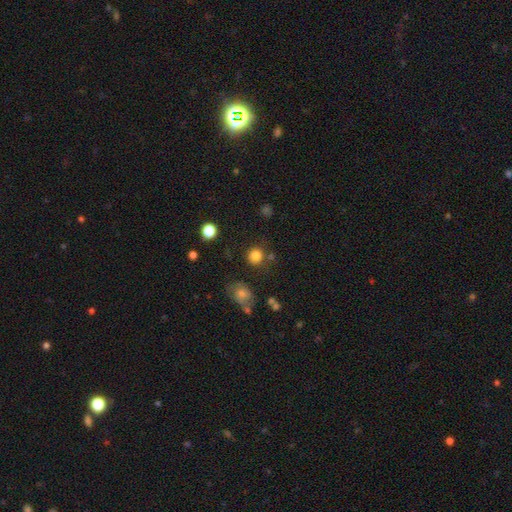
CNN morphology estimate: type=smooth (82%); roundness=round (90%); merging=none (79%).